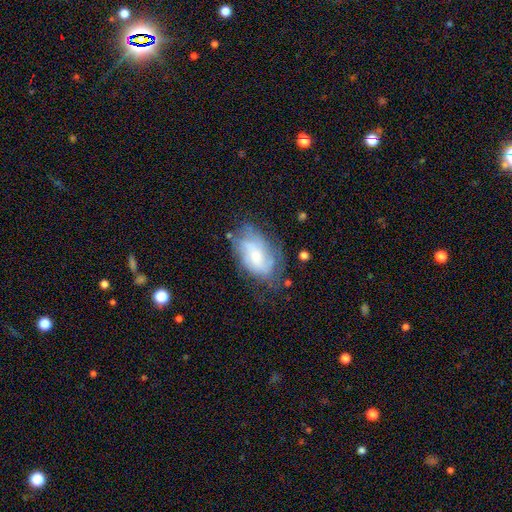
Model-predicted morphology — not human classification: This appears to be a featured or disk galaxy (57%) with no bar (63%), spiral arms (70%) and a small central bulge (49%). Merging: none (56%).